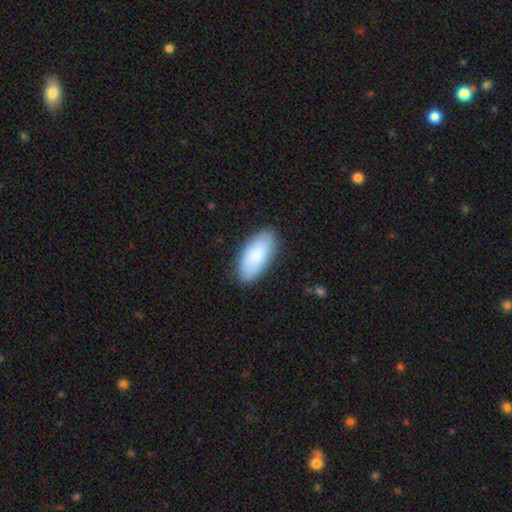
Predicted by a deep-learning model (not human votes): A smooth galaxy with no disk features (87%) that is in between round and cigar-shaped (92%).

Vote fractions:
- Smooth or featured? smooth: 87% / featured or disk: 8% / star or artifact: 5%
- How rounded? in between: 92% / cigar-shaped: 7% / round: 2%
- Merging? none: 85% / minor disturbance: 12% / major disturbance: 2% / merger: 1%